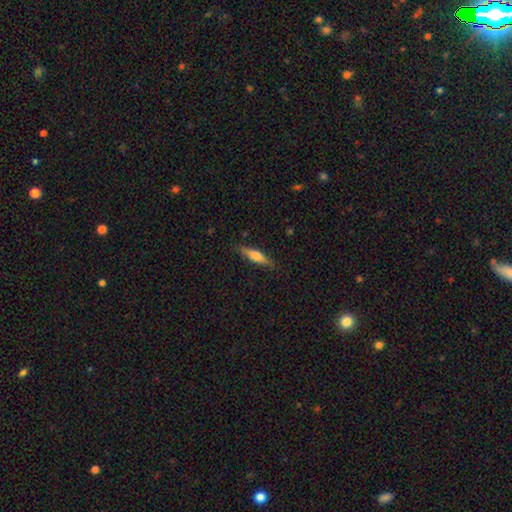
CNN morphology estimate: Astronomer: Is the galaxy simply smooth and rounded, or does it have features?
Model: smooth — 58% (runner-up: featured or disk, 36%).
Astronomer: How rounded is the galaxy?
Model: cigar-shaped — 73%.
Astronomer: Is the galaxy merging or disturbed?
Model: none — 84%.